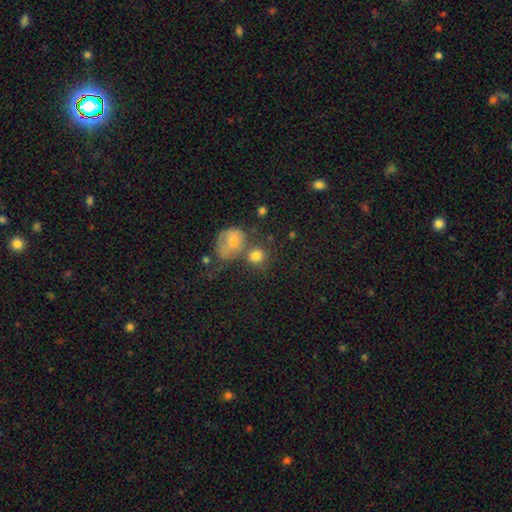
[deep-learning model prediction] The model was most divided on "merging": none: 49%, merger: 31%, minor disturbance: 12%, major disturbance: 7%. More confident: how rounded — round (84%); smooth or featured — smooth (78%).